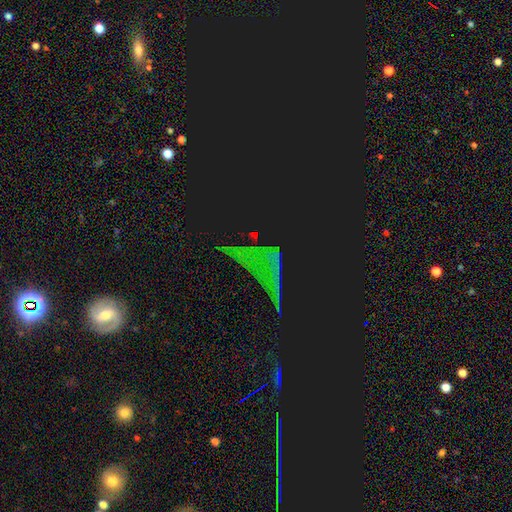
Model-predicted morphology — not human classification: The model was most divided on "smooth or featured": star or artifact: 67%, featured or disk: 17%, smooth: 16%.